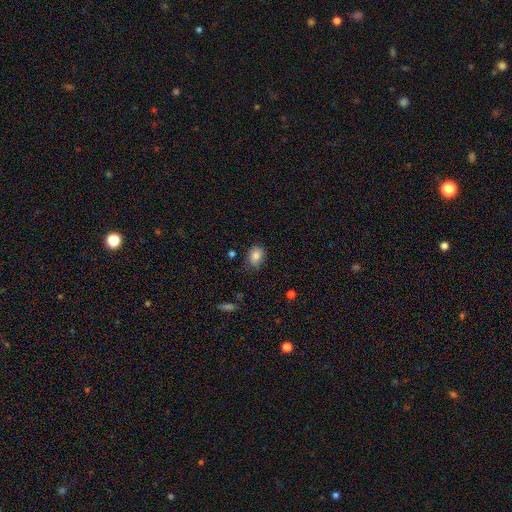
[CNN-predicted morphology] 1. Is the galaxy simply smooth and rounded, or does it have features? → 83% smooth, 9% star or artifact, 8% featured or disk.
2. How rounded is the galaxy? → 55% in between, 44% round, 1% cigar-shaped.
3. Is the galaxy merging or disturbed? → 75% none, 20% minor disturbance, 4% major disturbance, 2% merger.